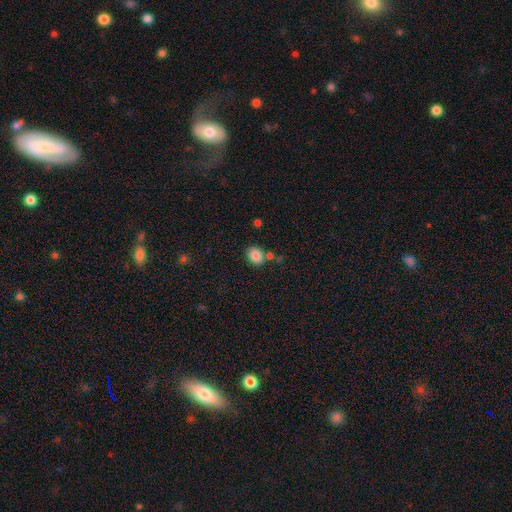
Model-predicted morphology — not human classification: Smooth or featured?
  - smooth: 85% *
  - star or artifact: 9%
  - featured or disk: 6%
How rounded?
  - in between: 53% *
  - round: 46%
  - cigar-shaped: 1%
Merging?
  - none: 72% *
  - minor disturbance: 12%
  - merger: 12%
  - major disturbance: 4%